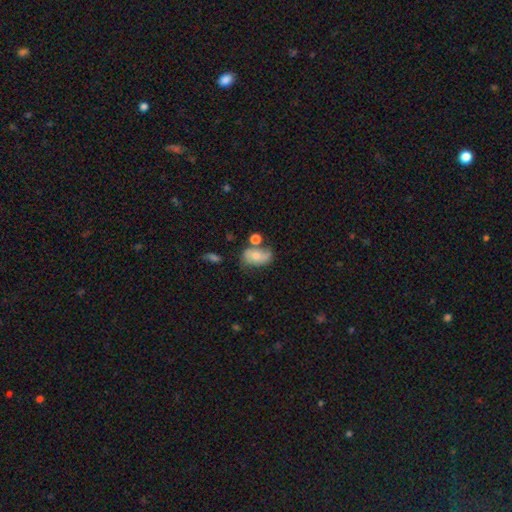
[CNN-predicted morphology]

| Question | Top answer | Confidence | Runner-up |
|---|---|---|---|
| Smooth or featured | smooth | 58% | featured or disk (33%) |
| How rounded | in between | 85% | round (12%) |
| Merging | none | 45% | minor disturbance (26%) |